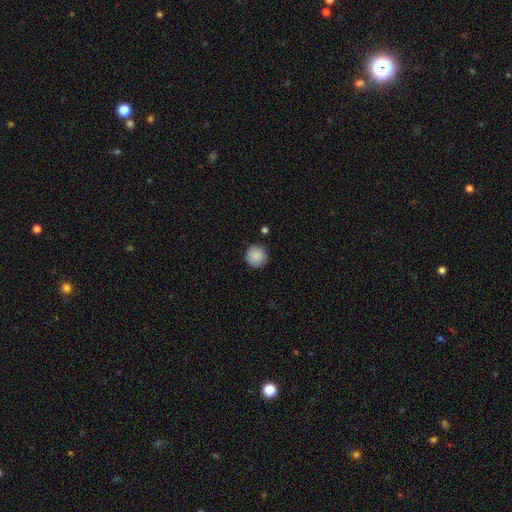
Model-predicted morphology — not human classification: This is clearly a smooth galaxy (89%). How rounded: clearly round (96%). Merging: clearly none (91%).